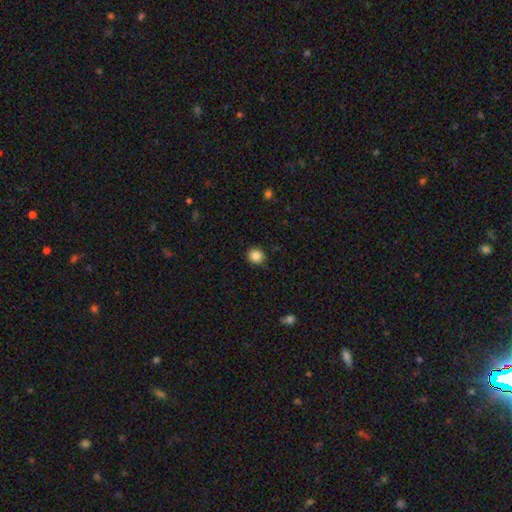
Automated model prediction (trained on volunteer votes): This is clearly a smooth galaxy (86%). How rounded: clearly round (86%). Merging: clearly none (89%).